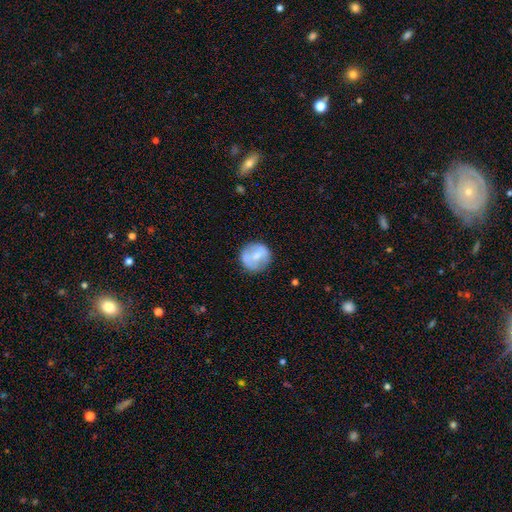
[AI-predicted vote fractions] Morphology: type=smooth (60%); roundness=round (90%); merging=none (76%).